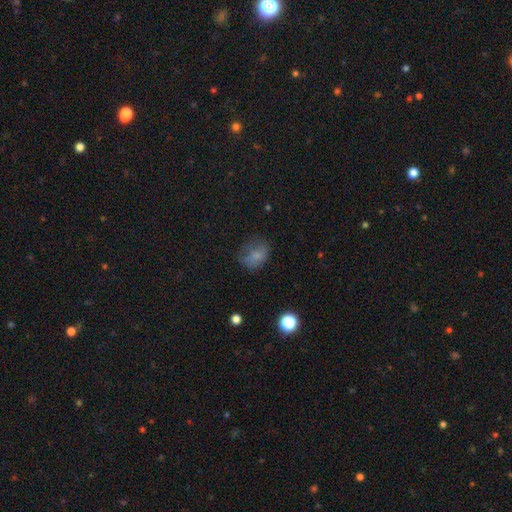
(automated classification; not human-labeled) Morphology: type=smooth (70%); roundness=in between (62%); merging=none (53%).